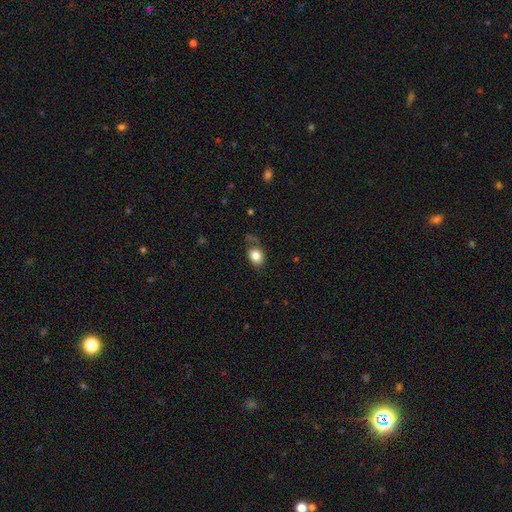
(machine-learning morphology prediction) Q: Smooth or featured?
A: smooth (82%); runner-up: featured or disk (9%)
Q: How rounded?
A: in between (54%); runner-up: round (45%)
Q: Merging?
A: none (62%); runner-up: minor disturbance (24%)